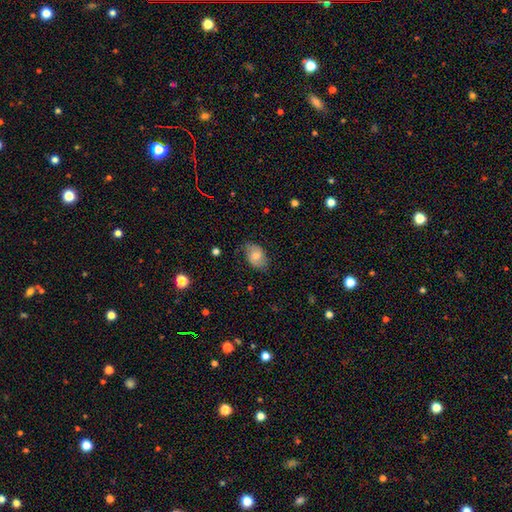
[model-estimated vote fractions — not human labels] smooth-or-featured: smooth: 58% | featured or disk: 33% | star or artifact: 9%
  how-rounded: in between: 75% | round: 23% | cigar-shaped: 1%
  merging: none: 70% | minor disturbance: 23% | major disturbance: 6% | merger: 1%